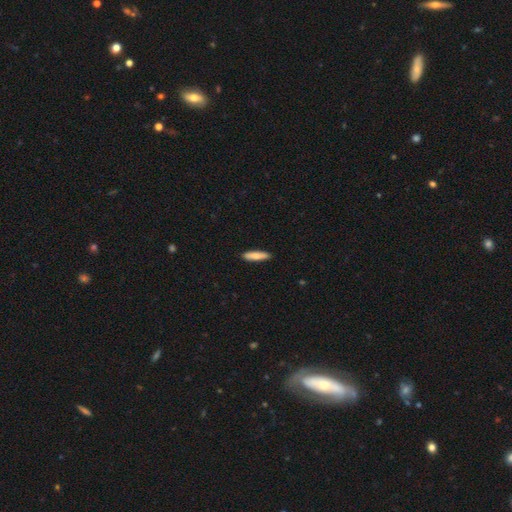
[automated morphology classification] Smooth or featured? Predicted: smooth (p=0.77). How rounded? Predicted: cigar-shaped (p=0.81). Merging? Predicted: none (p=0.90).